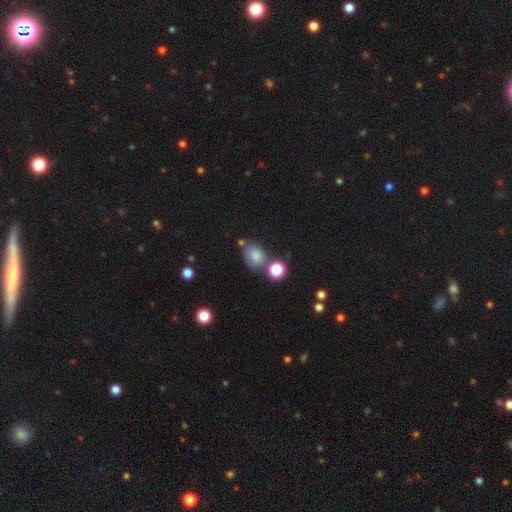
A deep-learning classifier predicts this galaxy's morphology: Smooth or featured: smooth — 77% (star or artifact — 12%)
How rounded: in between — 53% (round — 46%)
Merging: none — 53% (minor disturbance — 21%)